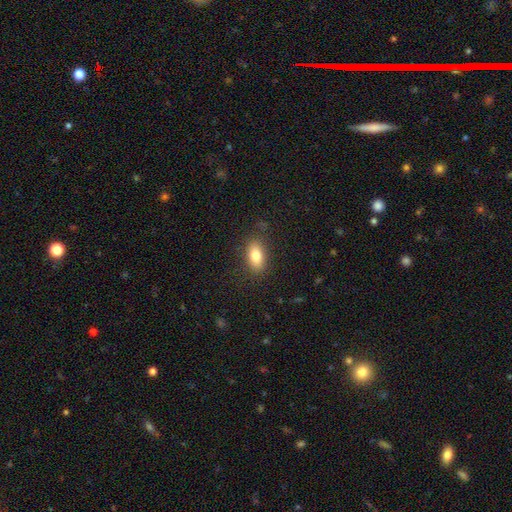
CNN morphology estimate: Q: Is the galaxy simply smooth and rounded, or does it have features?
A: smooth — 81%.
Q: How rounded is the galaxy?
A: in between — 87%.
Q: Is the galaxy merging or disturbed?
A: none — 84%.